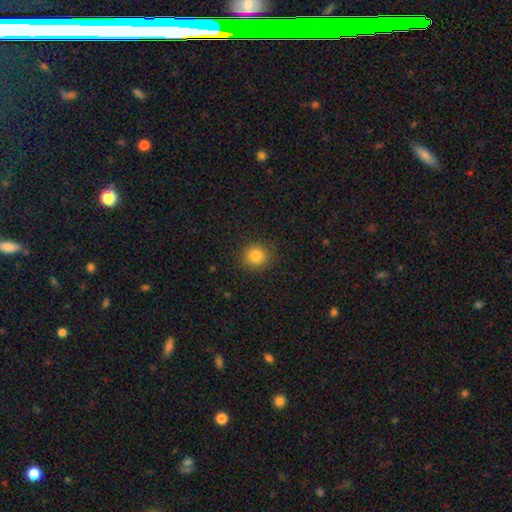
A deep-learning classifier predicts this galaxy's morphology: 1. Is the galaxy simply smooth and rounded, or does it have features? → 84% smooth, 11% star or artifact, 6% featured or disk.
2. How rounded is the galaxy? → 90% round, 9% in between, 1% cigar-shaped.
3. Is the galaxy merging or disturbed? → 89% none, 8% minor disturbance, 3% major disturbance, 1% merger.